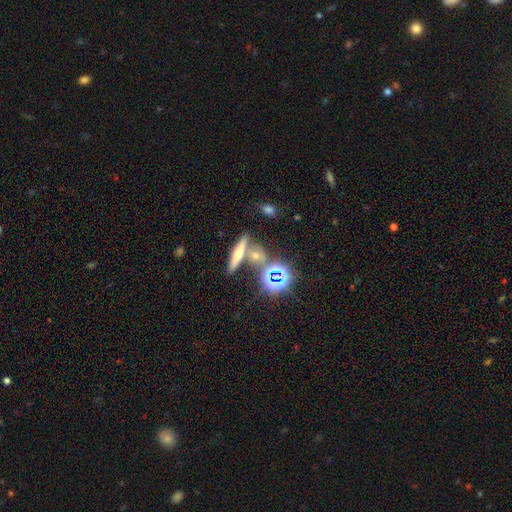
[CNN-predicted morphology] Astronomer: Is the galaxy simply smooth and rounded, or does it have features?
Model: featured or disk — 37% (runner-up: smooth, 32%).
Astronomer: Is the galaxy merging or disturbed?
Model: none — 67%.